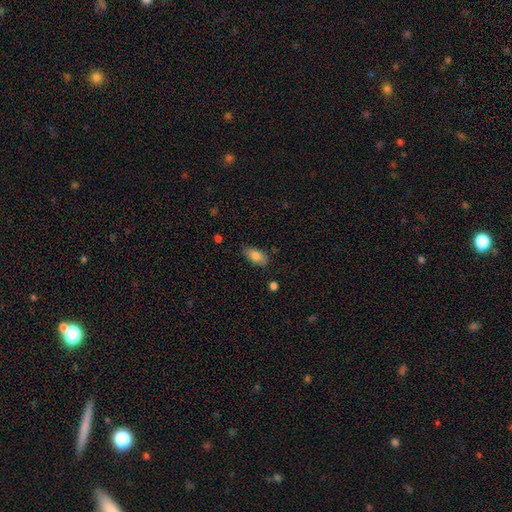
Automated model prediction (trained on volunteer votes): smooth 82%, featured or disk 11%, star or artifact 7%. Down the decision tree: how rounded — in between (91%); merging — none (78%).